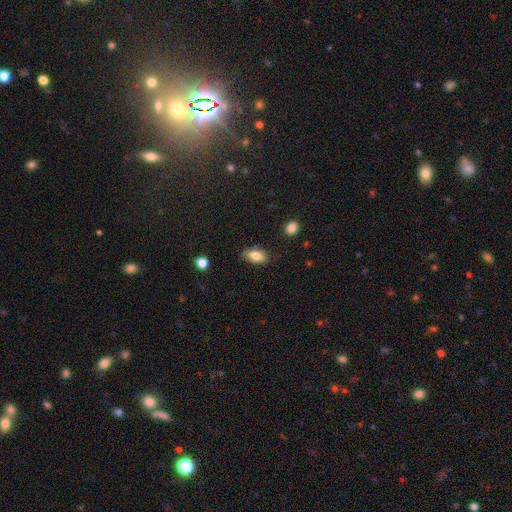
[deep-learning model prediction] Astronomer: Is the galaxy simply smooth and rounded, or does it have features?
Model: smooth — 84%.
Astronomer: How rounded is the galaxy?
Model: in between — 91%.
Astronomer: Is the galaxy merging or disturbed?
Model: none — 78%.